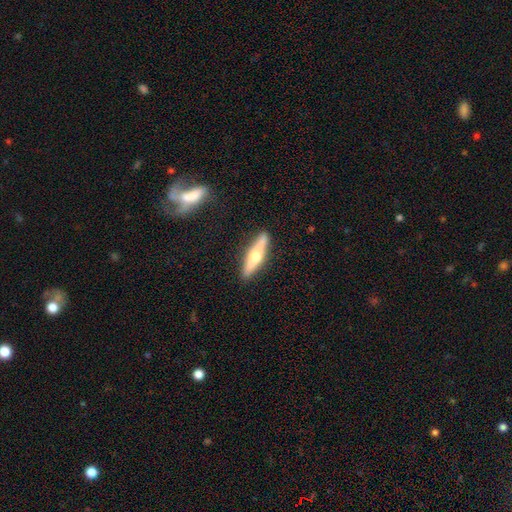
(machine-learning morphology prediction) Smooth or featured? Predicted: featured or disk (p=0.57). Edge-on disk? Predicted: yes (p=0.94). Edge-on bulge? Predicted: rounded (p=0.93). Merging? Predicted: none (p=0.88).